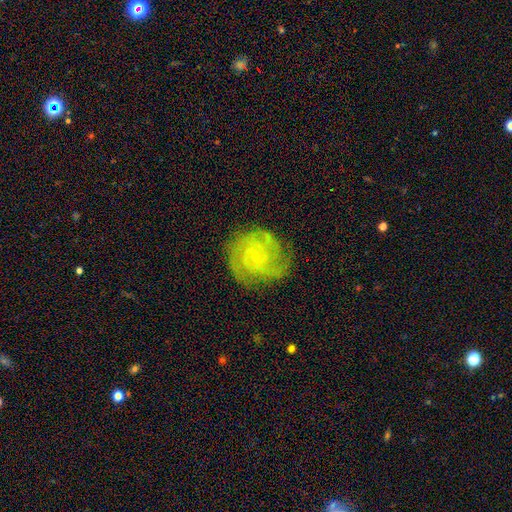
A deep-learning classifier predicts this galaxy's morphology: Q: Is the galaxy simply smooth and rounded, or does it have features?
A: featured or disk — 81%.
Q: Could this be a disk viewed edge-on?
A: no — 98%.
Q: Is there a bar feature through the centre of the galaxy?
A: no — 74%.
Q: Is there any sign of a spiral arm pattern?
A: yes — 96%.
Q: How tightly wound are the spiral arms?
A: tight — 72%.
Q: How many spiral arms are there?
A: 2 — 29%.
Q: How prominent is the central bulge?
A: small — 84%.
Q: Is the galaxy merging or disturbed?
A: none — 74%.